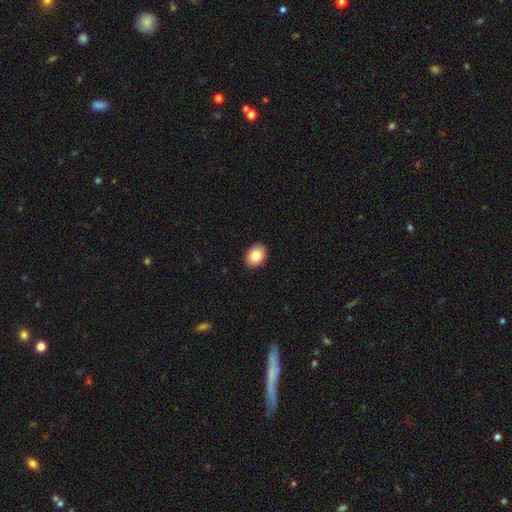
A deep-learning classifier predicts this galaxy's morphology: Smooth or featured?
  - smooth: 84% *
  - featured or disk: 8%
  - star or artifact: 8%
How rounded?
  - in between: 64% *
  - round: 36%
  - cigar-shaped: 1%
Merging?
  - none: 92% *
  - minor disturbance: 6%
  - major disturbance: 1%
  - merger: 1%